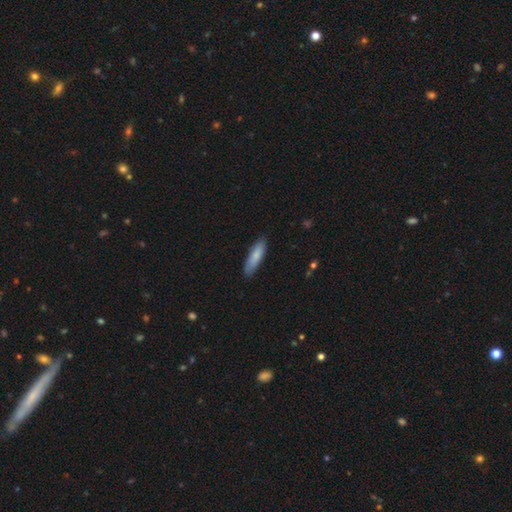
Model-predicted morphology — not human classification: smooth 80%, featured or disk 14%, star or artifact 5%. Down the decision tree: how rounded — cigar-shaped (68%); merging — none (84%).